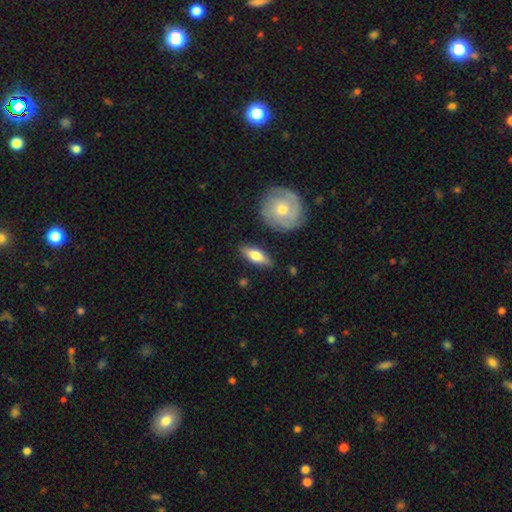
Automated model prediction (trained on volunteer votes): This appears to be a smooth galaxy with no disk features (55%) that is in between round and cigar-shaped (63%). Merging: none (83%).